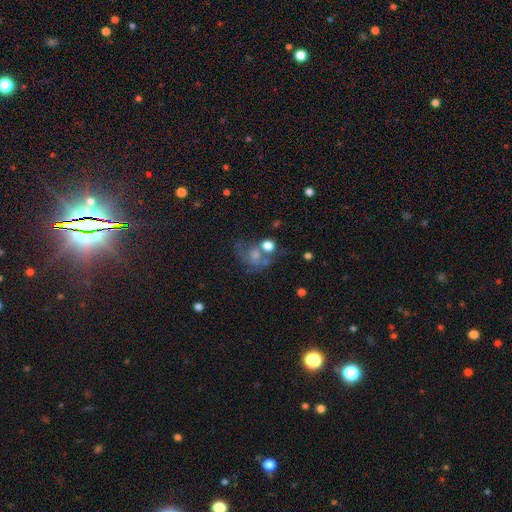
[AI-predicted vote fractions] smooth 48%, featured or disk 33%, star or artifact 19%. Down the decision tree: merging — none (35%).